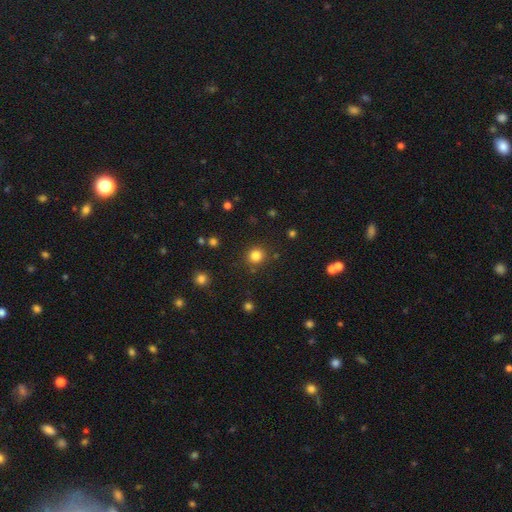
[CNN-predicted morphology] smooth 82%, star or artifact 13%, featured or disk 5%. Down the decision tree: how rounded — round (91%); merging — none (87%).